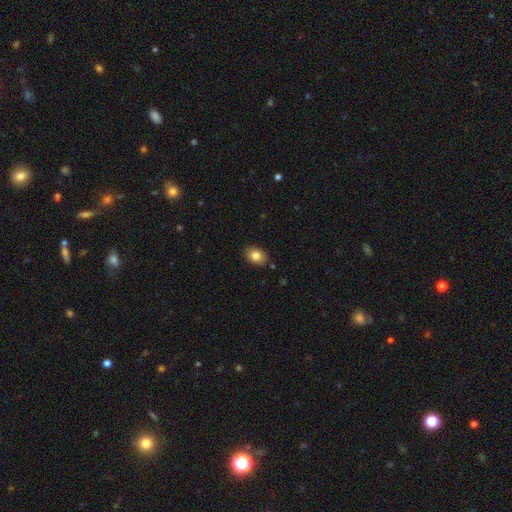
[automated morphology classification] Smooth or featured: smooth — 82% (featured or disk — 9%)
How rounded: in between — 76% (round — 23%)
Merging: none — 87% (minor disturbance — 10%)